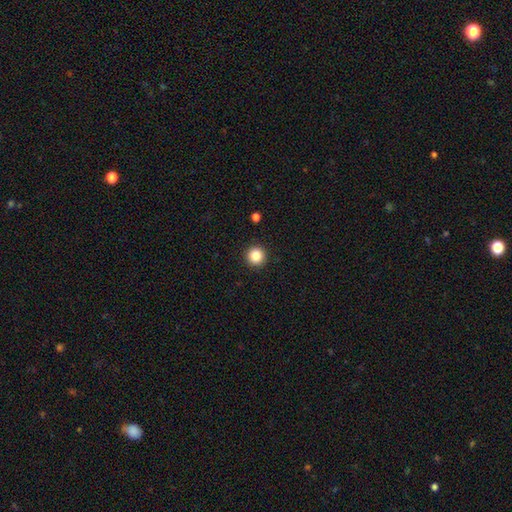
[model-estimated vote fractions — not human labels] Morphology: type=smooth (85%); roundness=round (96%); merging=none (93%).